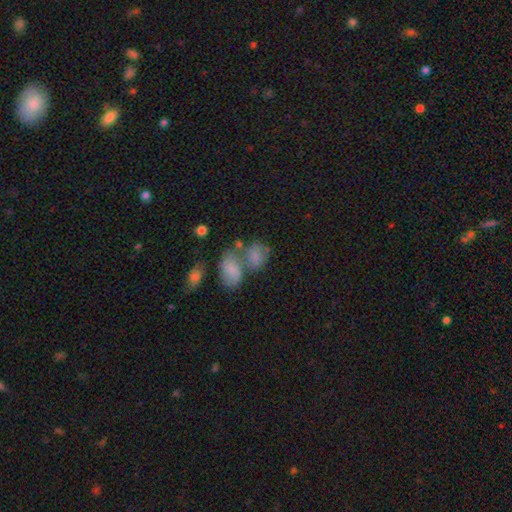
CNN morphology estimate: The model was most divided on "merging": merger: 48%, none: 29%, minor disturbance: 14%, major disturbance: 10%. More confident: smooth or featured — smooth (73%); how rounded — in between (68%).